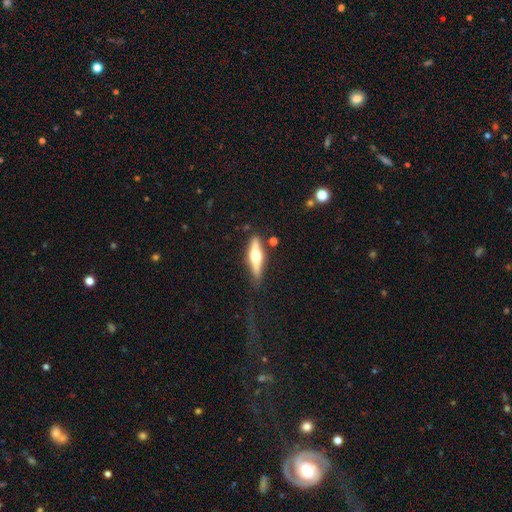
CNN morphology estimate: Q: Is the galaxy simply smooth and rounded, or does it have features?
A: featured or disk — 60%.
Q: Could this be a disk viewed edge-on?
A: yes — 94%.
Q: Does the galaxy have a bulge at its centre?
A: rounded — 95%.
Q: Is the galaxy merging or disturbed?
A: none — 76%.